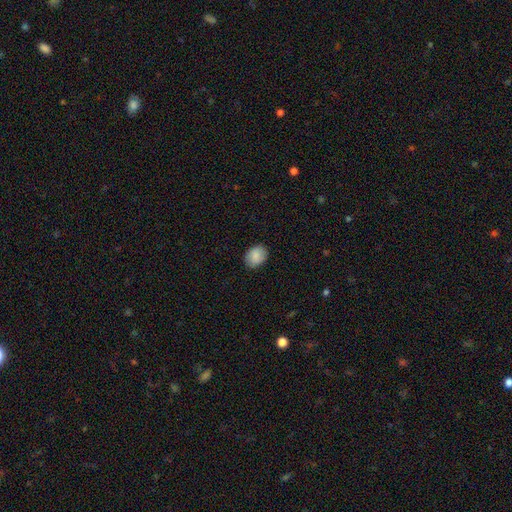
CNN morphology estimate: This is clearly a smooth galaxy (88%). How rounded: possibly in between (60%). Merging: clearly none (86%).